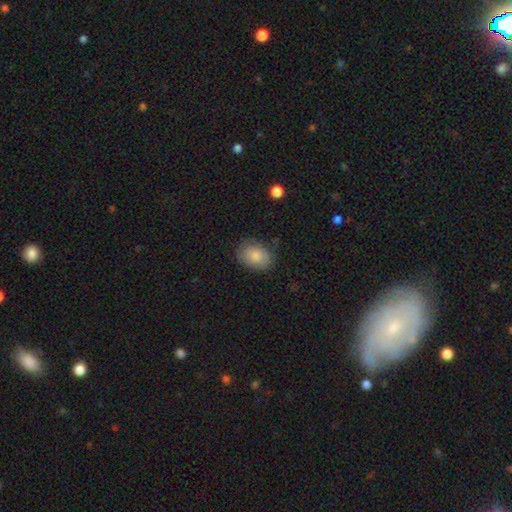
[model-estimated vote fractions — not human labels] This appears to be a smooth galaxy with no disk features (84%) that is in between round and cigar-shaped (76%). Merging: none (78%).